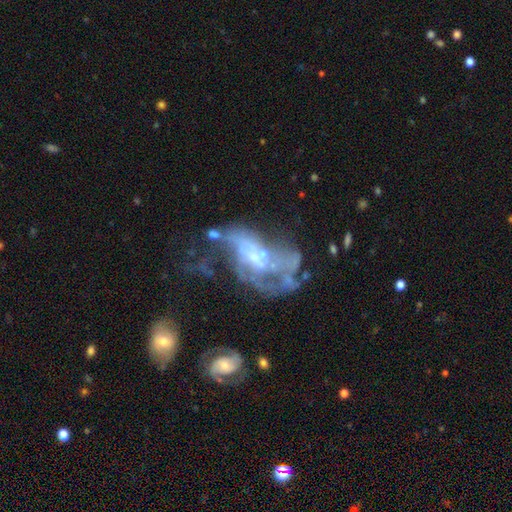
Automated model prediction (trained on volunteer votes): featured or disk 73%, smooth 15%, star or artifact 12%. Down the decision tree: edge-on disk — no (96%); bar — no (68%); spiral arms — yes (50%, tied with no); bulge size — small (38%); merging — major disturbance (43%).